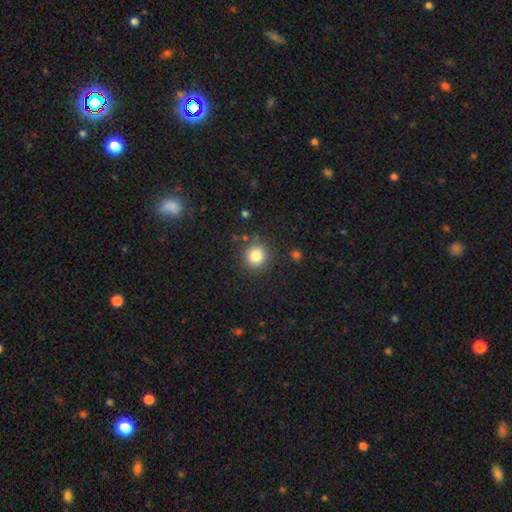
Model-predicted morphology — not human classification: Smooth or featured? Predicted: smooth (p=0.82). How rounded? Predicted: round (p=0.91). Merging? Predicted: none (p=0.86).